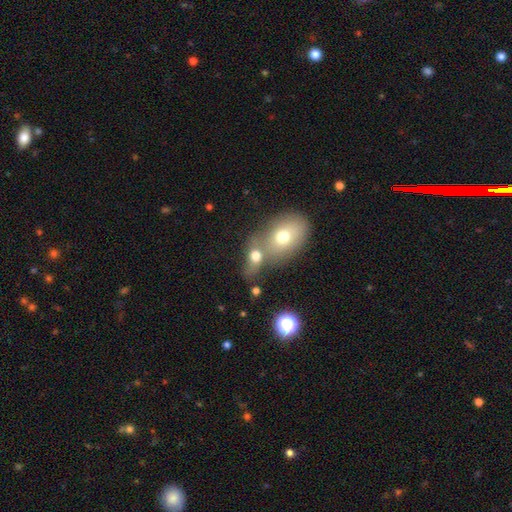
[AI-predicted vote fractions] Overall: smooth (70%). How rounded: in between (67%; round 30%). Merging: merger (54%; none 30%).